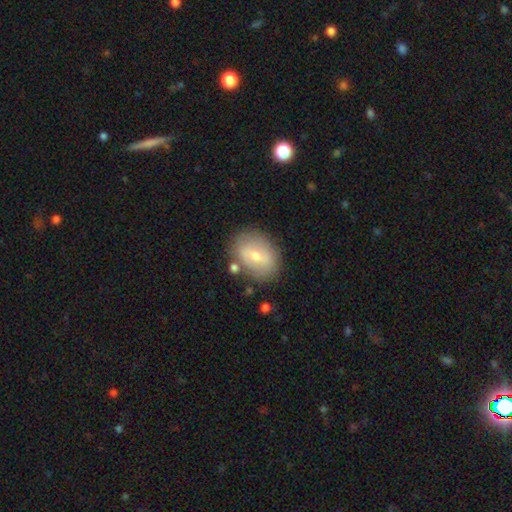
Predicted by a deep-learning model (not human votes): Q: Smooth or featured?
A: smooth (57%); runner-up: featured or disk (35%)
Q: How rounded?
A: in between (70%); runner-up: round (29%)
Q: Merging?
A: none (77%); runner-up: minor disturbance (14%)